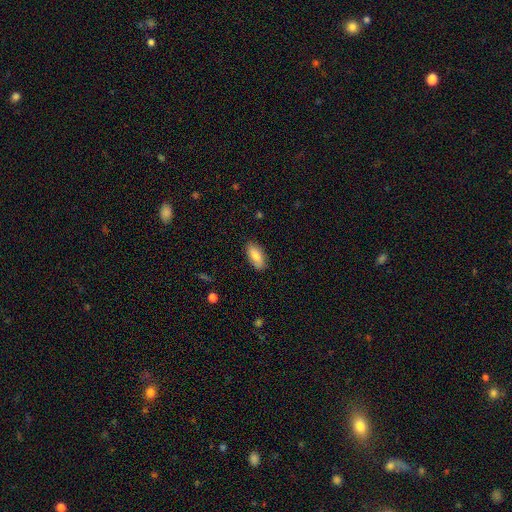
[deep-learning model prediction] Smooth or featured: smooth — 83% (featured or disk — 11%)
How rounded: in between — 87% (cigar-shaped — 11%)
Merging: none — 84% (minor disturbance — 12%)